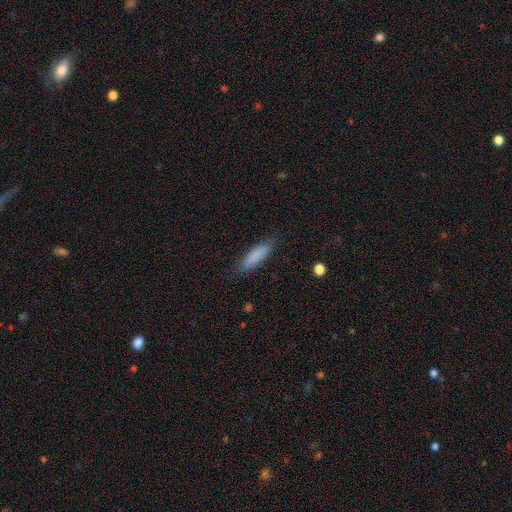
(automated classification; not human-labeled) Smooth or featured? smooth (84%)
How rounded? cigar-shaped (57%)
Merging? none (82%)